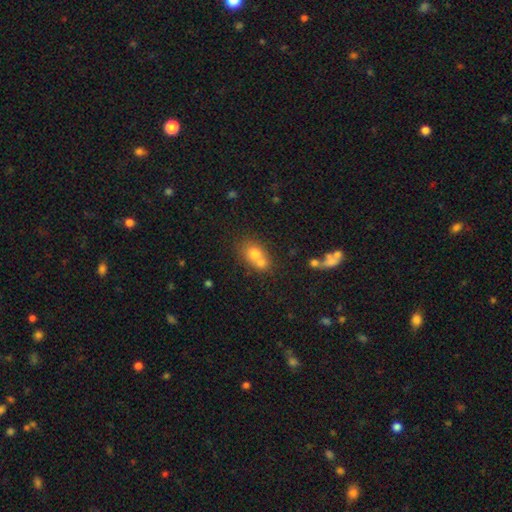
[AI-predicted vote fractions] Morphology: type=smooth (71%); roundness=in between (54%); merging=merger (57%).